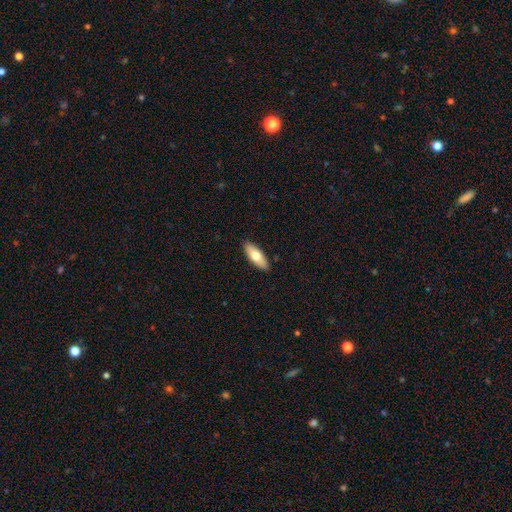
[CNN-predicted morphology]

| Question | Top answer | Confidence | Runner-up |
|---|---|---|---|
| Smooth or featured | smooth | 70% | featured or disk (24%) |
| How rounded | in between | 74% | cigar-shaped (24%) |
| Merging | none | 89% | minor disturbance (8%) |